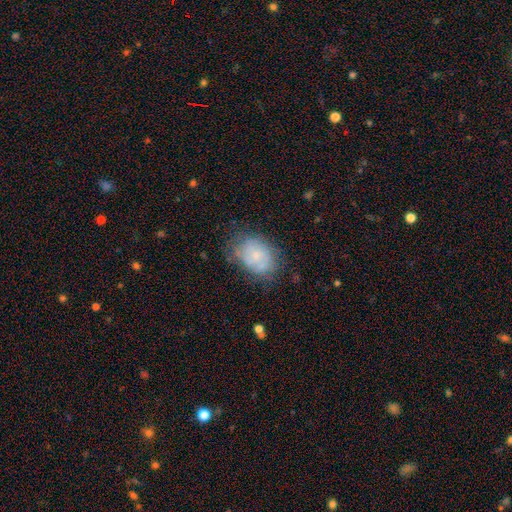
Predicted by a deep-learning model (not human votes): Smooth or featured? Predicted: smooth (p=0.46). Merging? Predicted: none (p=0.63).